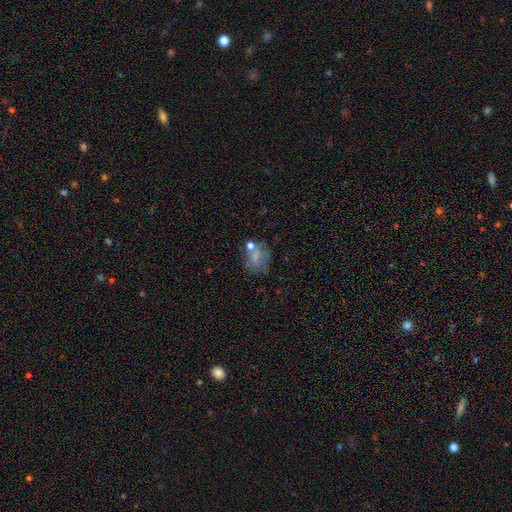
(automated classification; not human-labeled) Smooth or featured? smooth (53%)
How rounded? in between (53%)
Merging? none (39%)